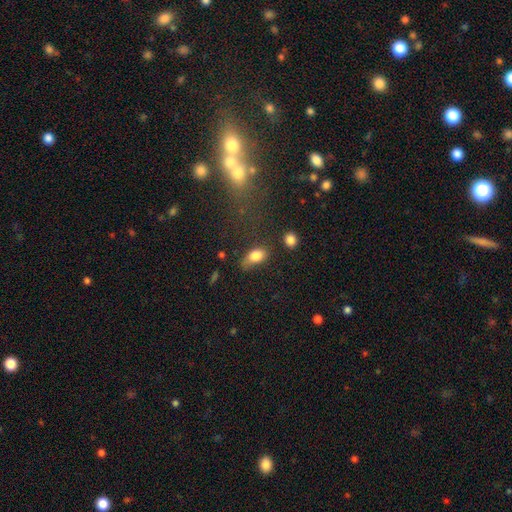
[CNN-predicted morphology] smooth_or_featured: smooth (p=0.82) [alt: featured or disk p=0.10]
how_rounded: in between (p=0.86) [alt: round p=0.10]
merging: none (p=0.48) [alt: minor disturbance p=0.33]